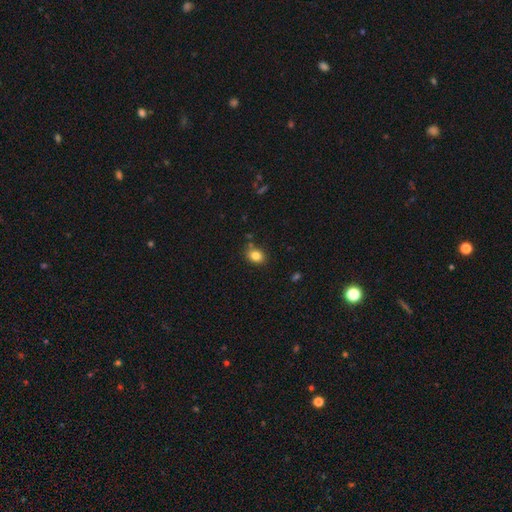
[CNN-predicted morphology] This appears to be a smooth galaxy with no disk features (83%) that is in between round and cigar-shaped (58%). Merging: none (79%).